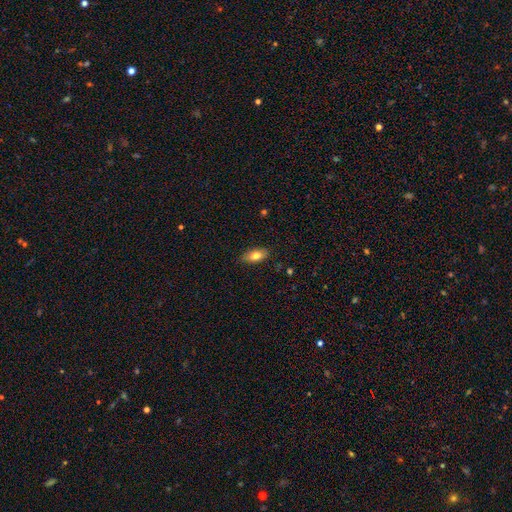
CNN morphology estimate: This appears to be a smooth galaxy with no disk features (77%) that is in between round and cigar-shaped (87%). Merging: none (86%).